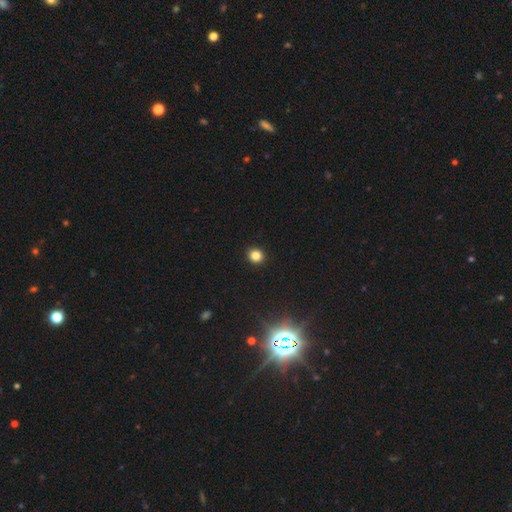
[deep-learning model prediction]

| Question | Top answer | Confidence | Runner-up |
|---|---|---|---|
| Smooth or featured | smooth | 82% | star or artifact (13%) |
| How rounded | round | 86% | in between (13%) |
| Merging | none | 93% | minor disturbance (4%) |